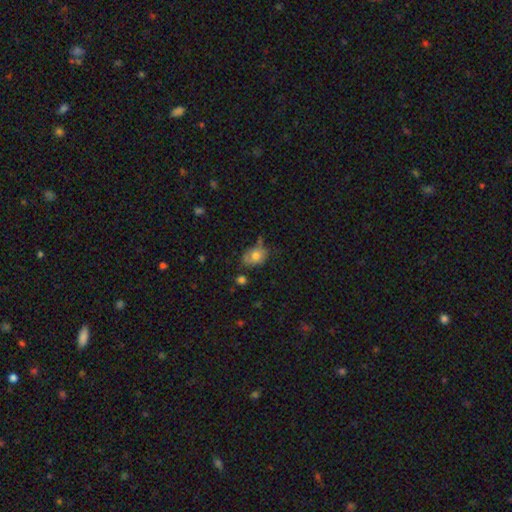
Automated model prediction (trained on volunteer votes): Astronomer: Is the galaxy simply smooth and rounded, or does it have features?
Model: smooth — 71%.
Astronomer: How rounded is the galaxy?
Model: in between — 67%.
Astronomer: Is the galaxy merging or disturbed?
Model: none — 48% (runner-up: minor disturbance, 33%).